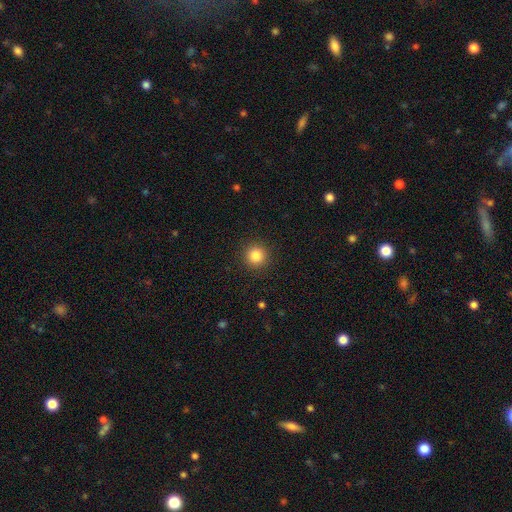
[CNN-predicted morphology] A smooth galaxy with no disk features (84%) that is round (95%).

Vote fractions:
- Smooth or featured? smooth: 84% / star or artifact: 11% / featured or disk: 5%
- How rounded? round: 95% / in between: 4% / cigar-shaped: 1%
- Merging? none: 91% / minor disturbance: 5% / major disturbance: 2% / merger: 1%